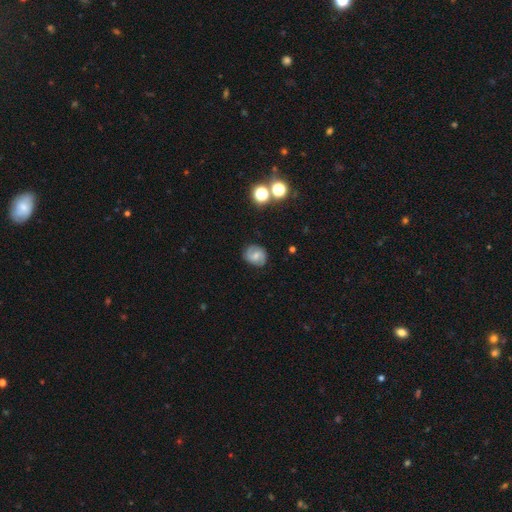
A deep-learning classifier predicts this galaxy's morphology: Overall: featured or disk (47%; smooth 43%). Merging: none (82%).